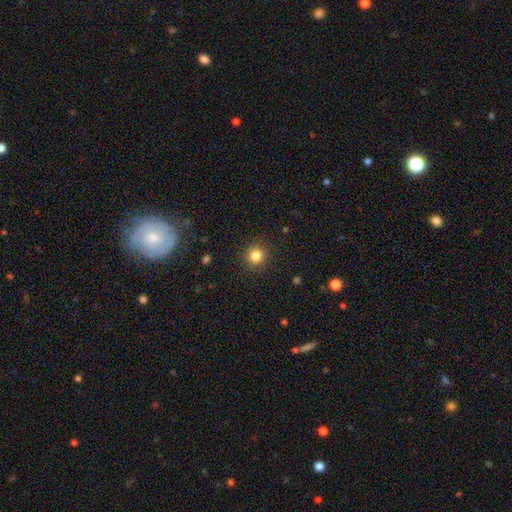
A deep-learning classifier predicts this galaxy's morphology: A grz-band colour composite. It shows a smooth galaxy with no disk features (82%) that is round (93%). Merging: none (91%).